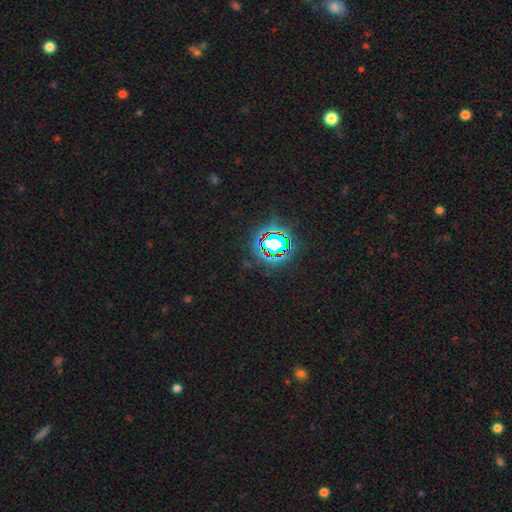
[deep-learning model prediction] Overall: star or artifact (83%).